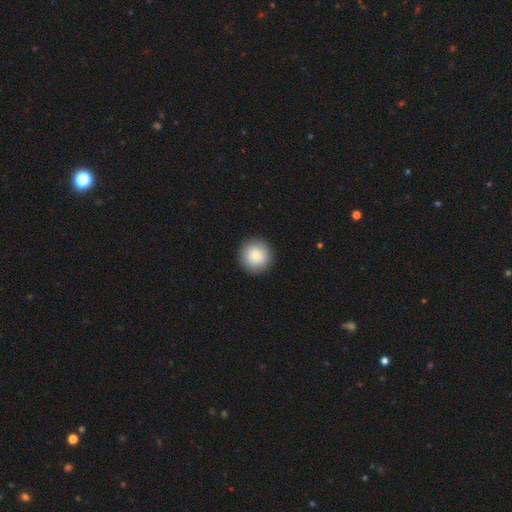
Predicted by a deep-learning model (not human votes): smooth-or-featured: smooth: 82% | featured or disk: 11% | star or artifact: 8%
  how-rounded: round: 95% | in between: 4% | cigar-shaped: 1%
  merging: none: 92% | minor disturbance: 5% | major disturbance: 2% | merger: 1%